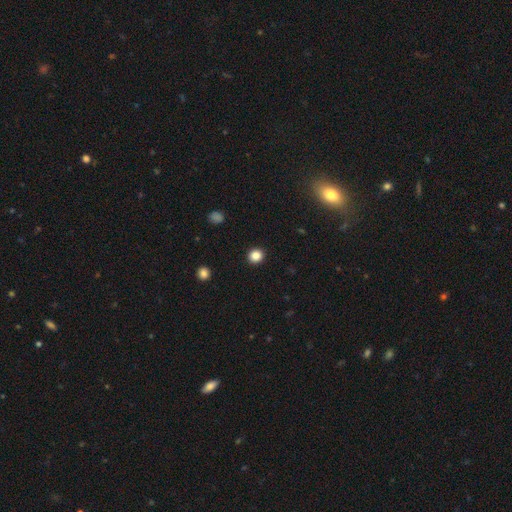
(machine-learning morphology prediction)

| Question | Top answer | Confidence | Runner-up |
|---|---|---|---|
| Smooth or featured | smooth | 86% | star or artifact (11%) |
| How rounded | round | 87% | in between (12%) |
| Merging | none | 93% | minor disturbance (5%) |